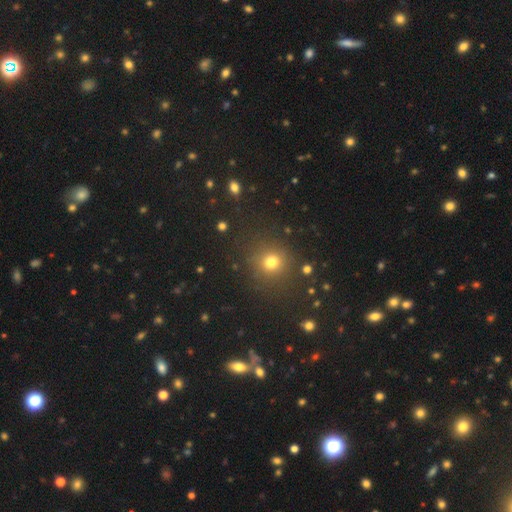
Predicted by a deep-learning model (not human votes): A smooth galaxy with no disk features (60%) that is round (91%).

Vote fractions:
- Smooth or featured? smooth: 60% / star or artifact: 34% / featured or disk: 6%
- How rounded? round: 91% / in between: 8% / cigar-shaped: 1%
- Merging? none: 89% / minor disturbance: 6% / major disturbance: 3% / merger: 2%